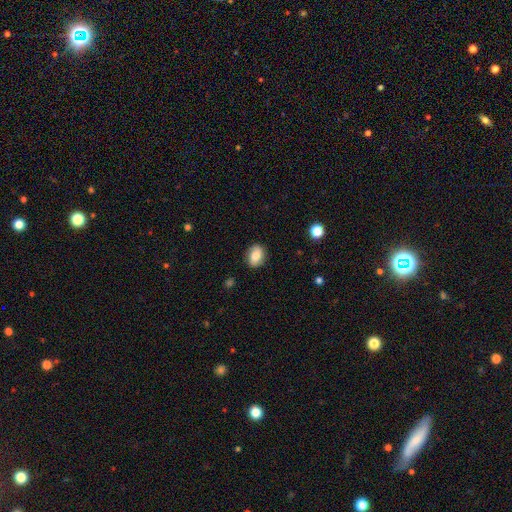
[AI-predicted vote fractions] A smooth galaxy with no disk features (77%) that is in between round and cigar-shaped (75%). Merging: none (86%).